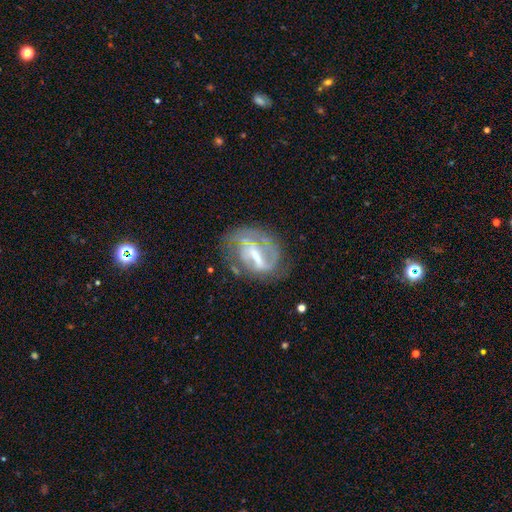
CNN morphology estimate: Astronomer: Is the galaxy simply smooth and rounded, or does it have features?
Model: featured or disk — 75%.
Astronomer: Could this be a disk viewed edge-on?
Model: no — 94%.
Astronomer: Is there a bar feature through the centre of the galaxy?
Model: strong — 49% (runner-up: weak, 37%).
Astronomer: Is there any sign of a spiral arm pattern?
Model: yes — 71%.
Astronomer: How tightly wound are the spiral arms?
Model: tight — 46% (runner-up: medium, 36%).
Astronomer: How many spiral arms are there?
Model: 2 — 37% (runner-up: can't tell, 34%).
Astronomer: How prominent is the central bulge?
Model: moderate — 42%, tied with small at 42%.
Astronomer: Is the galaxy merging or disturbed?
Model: none — 51%.